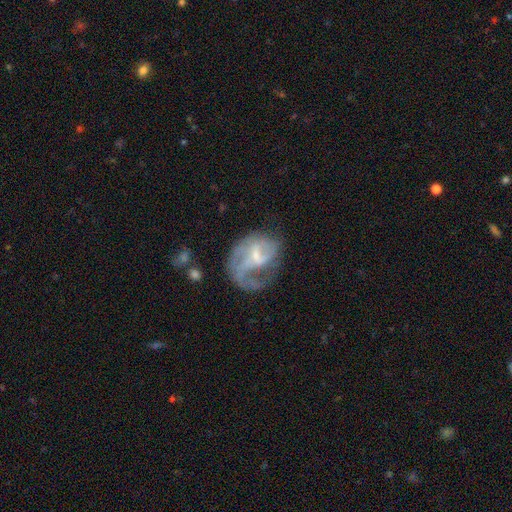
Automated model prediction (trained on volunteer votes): smooth-or-featured: featured or disk: 71% | smooth: 21% | star or artifact: 8%
  disk-edge-on: no: 97% | yes: 3%
    bar: weak: 49% | no: 39% | strong: 12%
    has-spiral-arms: yes: 72% | no: 28%
    bulge-size: small: 48% | moderate: 29% | none: 19% | large: 3% | dominant: 1%
  merging: major disturbance: 43% | none: 31% | minor disturbance: 21% | merger: 5%